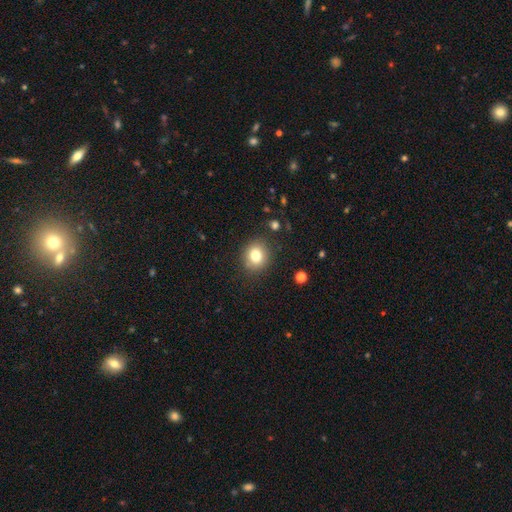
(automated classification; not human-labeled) This is likely a smooth galaxy (80%). How rounded: likely round (78%). Merging: clearly none (86%).